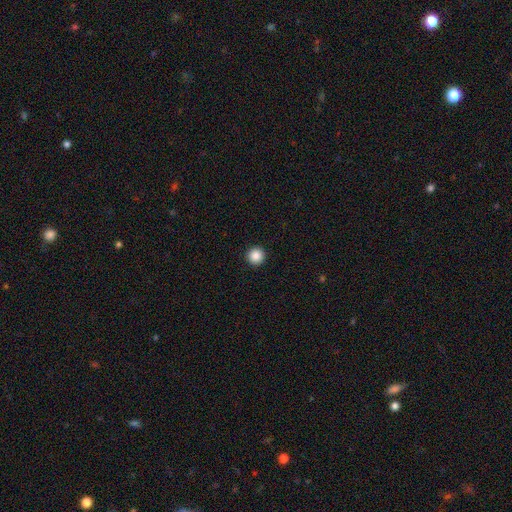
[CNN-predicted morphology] Overall: smooth (88%). How rounded: round (96%). Merging: none (94%).